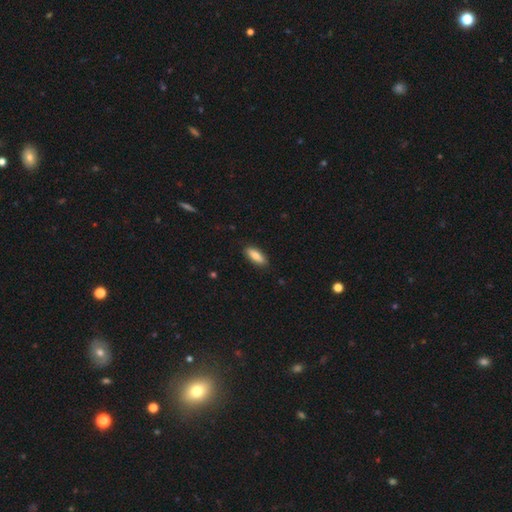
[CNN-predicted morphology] This is likely a smooth galaxy (80%). How rounded: likely in between (71%). Merging: clearly none (87%).